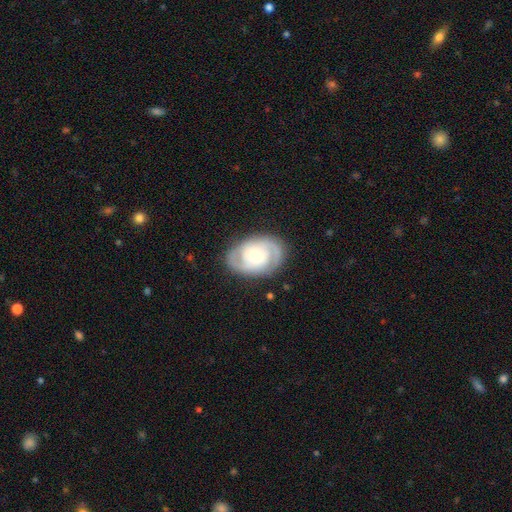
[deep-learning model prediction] Morphology: type=featured or disk (77%); edge-on=no (97%); bar=weak (45%); spiral arms=yes (92%); winding=tight (49%); arm count=2 (78%); bulge=moderate (49%); merging=none (81%).